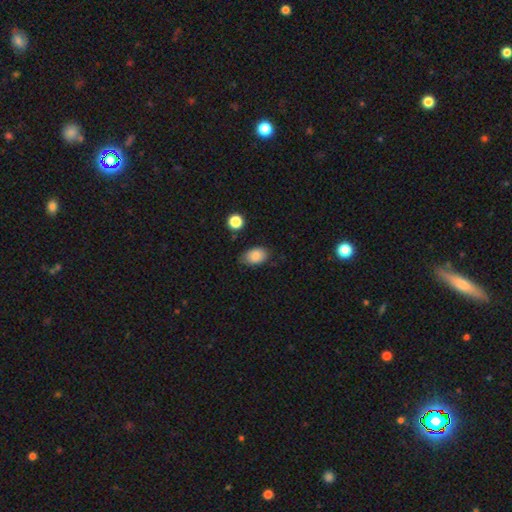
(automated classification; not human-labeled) Smooth or featured: smooth — 85% (star or artifact — 9%)
How rounded: in between — 86% (round — 13%)
Merging: none — 73% (minor disturbance — 21%)